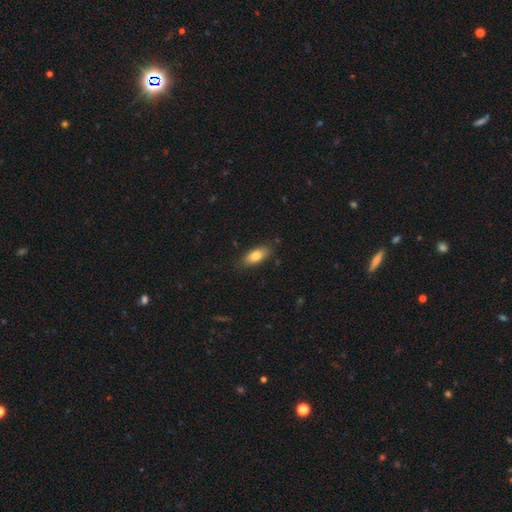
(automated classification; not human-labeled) Smooth or featured: smooth — 80% (featured or disk — 14%)
How rounded: in between — 82% (cigar-shaped — 15%)
Merging: none — 82% (minor disturbance — 14%)